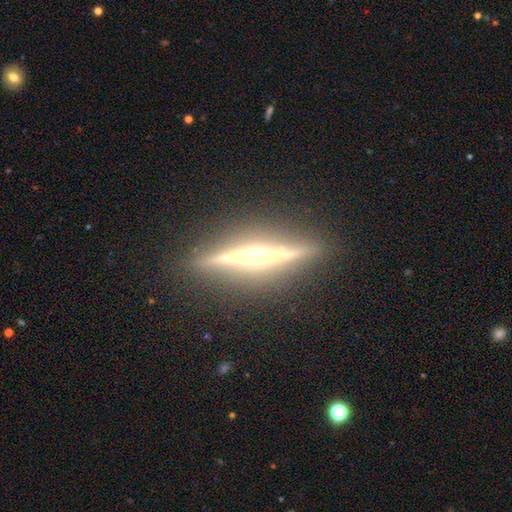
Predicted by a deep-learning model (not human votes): The model was most divided on "edge-on bulge": rounded: 80%, none: 11%, boxy: 9%. More confident: edge-on disk — yes (97%); merging — none (89%); smooth or featured — featured or disk (85%).